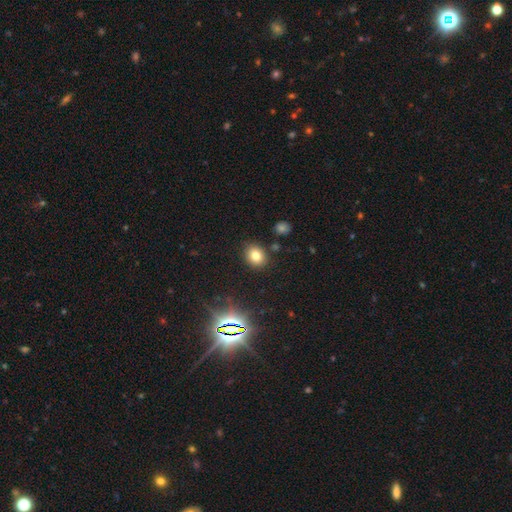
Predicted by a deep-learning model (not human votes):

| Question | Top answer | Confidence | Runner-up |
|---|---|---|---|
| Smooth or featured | smooth | 77% | star or artifact (15%) |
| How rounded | round | 58% | in between (41%) |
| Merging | none | 87% | minor disturbance (8%) |